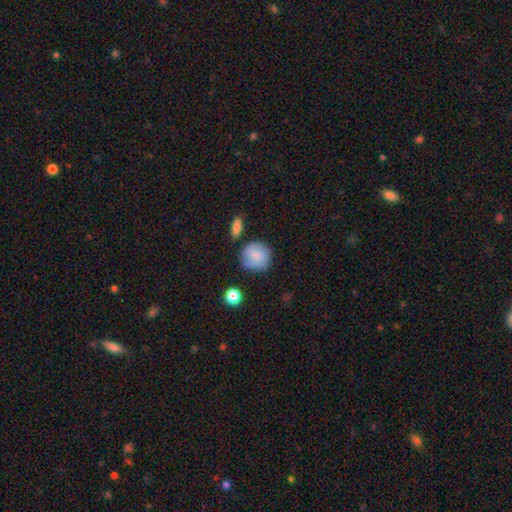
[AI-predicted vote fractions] A smooth galaxy with no disk features (77%) that is round (90%).

Vote fractions:
- Smooth or featured? smooth: 77% / featured or disk: 16% / star or artifact: 7%
- How rounded? round: 90% / in between: 9% / cigar-shaped: 1%
- Merging? none: 74% / minor disturbance: 17% / major disturbance: 5% / merger: 4%